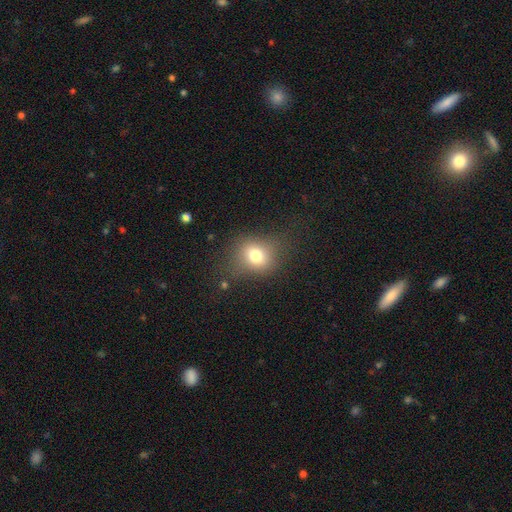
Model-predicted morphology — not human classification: Smooth or featured? Predicted: smooth (p=0.74). How rounded? Predicted: round (p=0.61). Merging? Predicted: none (p=0.69).